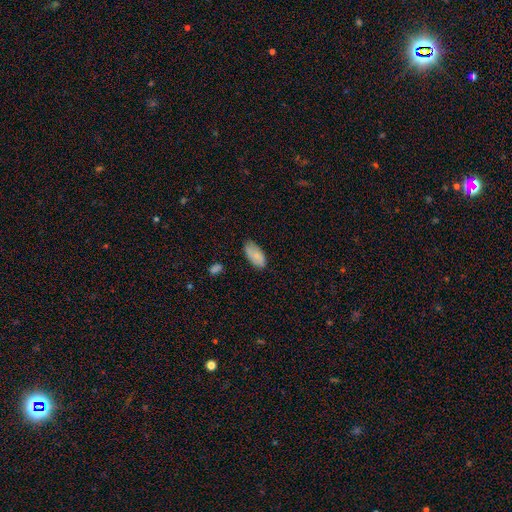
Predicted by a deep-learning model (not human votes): Smooth or featured? smooth (78%)
How rounded? in between (94%)
Merging? none (71%)